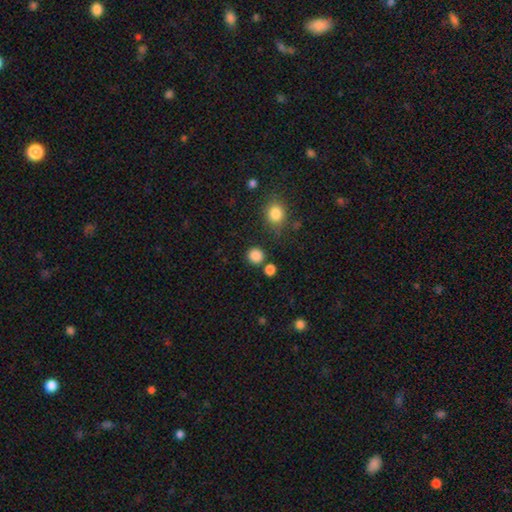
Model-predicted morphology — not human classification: smooth-or-featured: smooth: 85% | star or artifact: 12% | featured or disk: 3%
  how-rounded: round: 90% | in between: 9% | cigar-shaped: 1%
  merging: none: 82% | minor disturbance: 8% | merger: 7% | major disturbance: 3%